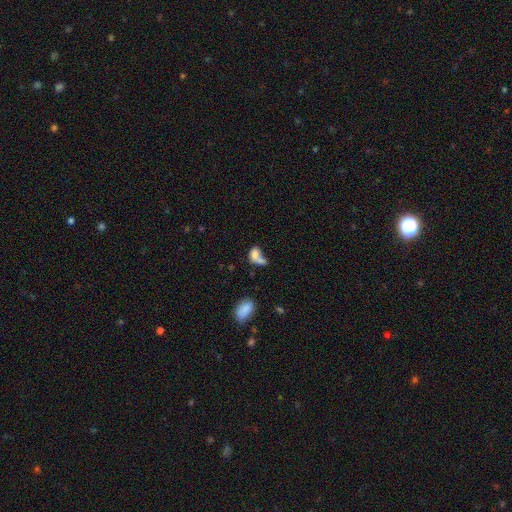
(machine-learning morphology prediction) Smooth or featured? Predicted: smooth (p=0.73). How rounded? Predicted: in between (p=0.78). Merging? Predicted: merger (p=0.56).